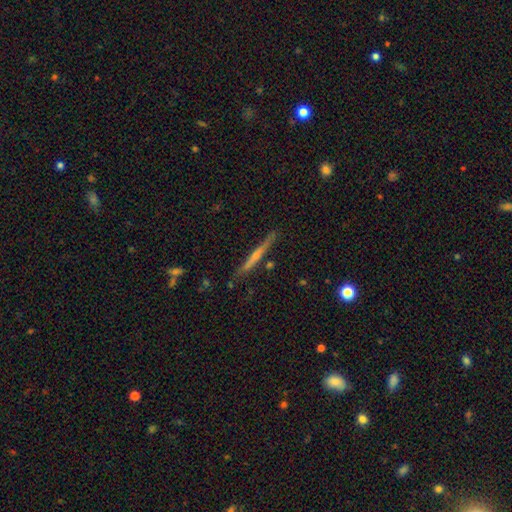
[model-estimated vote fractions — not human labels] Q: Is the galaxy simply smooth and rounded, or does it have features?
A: featured or disk — 66%.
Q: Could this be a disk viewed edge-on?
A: yes — 97%.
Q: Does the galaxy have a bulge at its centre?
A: rounded — 61%.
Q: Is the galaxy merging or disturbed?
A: none — 86%.